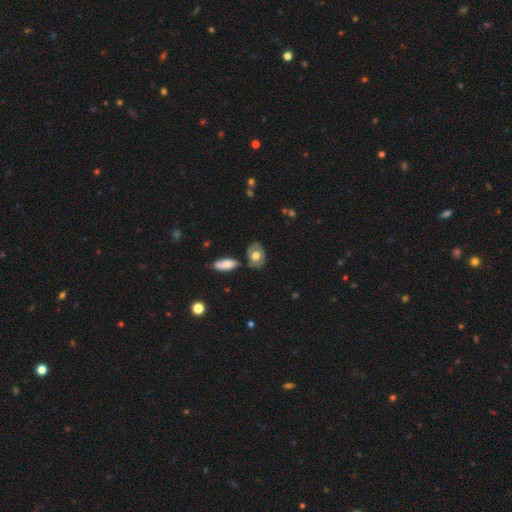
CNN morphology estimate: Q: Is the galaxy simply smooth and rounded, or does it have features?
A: smooth — 57%.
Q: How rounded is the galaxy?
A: in between — 77%.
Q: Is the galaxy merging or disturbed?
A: none — 72%.